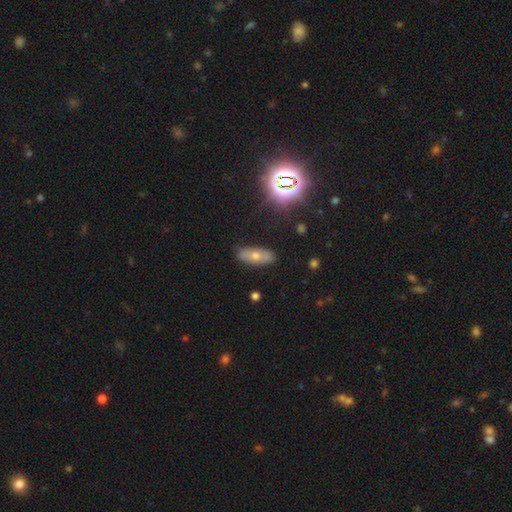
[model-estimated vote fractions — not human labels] smooth 61%, featured or disk 26%, star or artifact 13%. Down the decision tree: how rounded — in between (80%); merging — none (85%).